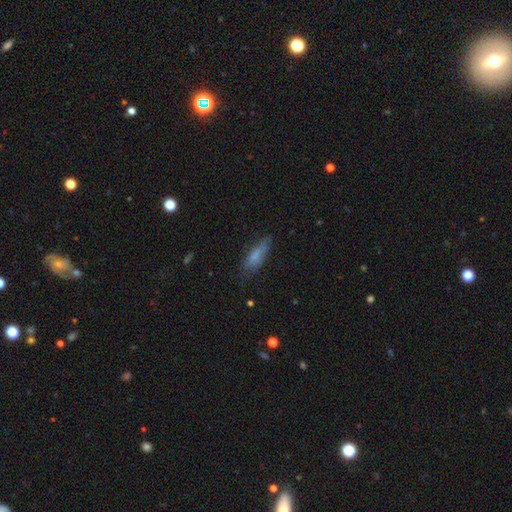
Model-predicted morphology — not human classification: smooth_or_featured: smooth (p=0.69) [alt: featured or disk p=0.22]
how_rounded: cigar-shaped (p=0.52) [alt: in between p=0.45]
merging: none (p=0.65) [alt: minor disturbance p=0.24]